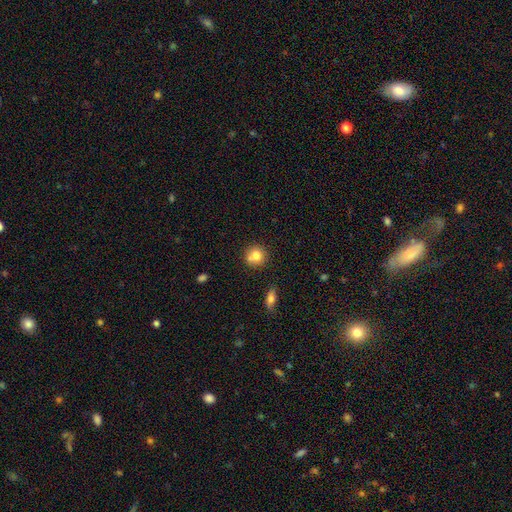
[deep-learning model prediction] Smooth or featured? Predicted: smooth (p=0.79). How rounded? Predicted: round (p=0.89). Merging? Predicted: none (p=0.67).